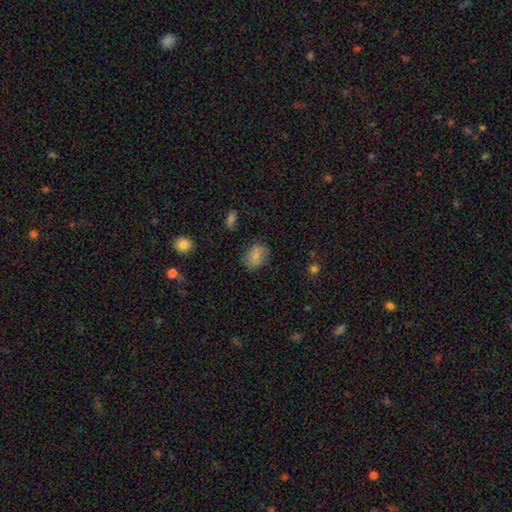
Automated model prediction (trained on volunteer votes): Smooth or featured?
  - smooth: 77% *
  - featured or disk: 14%
  - star or artifact: 9%
How rounded?
  - in between: 64% *
  - round: 35%
  - cigar-shaped: 1%
Merging?
  - none: 79% *
  - minor disturbance: 15%
  - major disturbance: 4%
  - merger: 2%